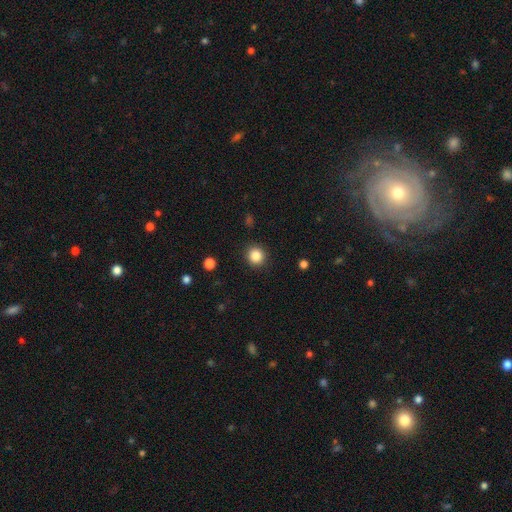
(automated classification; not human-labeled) A smooth galaxy with no disk features (85%) that is round (92%).

Vote fractions:
- Smooth or featured? smooth: 85% / star or artifact: 11% / featured or disk: 4%
- How rounded? round: 92% / in between: 7% / cigar-shaped: 1%
- Merging? none: 91% / minor disturbance: 6% / major disturbance: 2% / merger: 1%